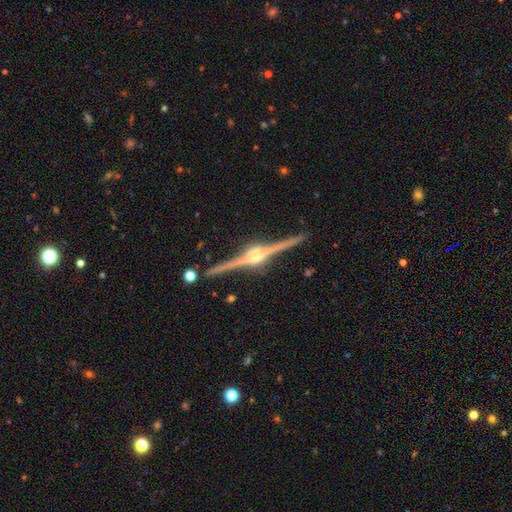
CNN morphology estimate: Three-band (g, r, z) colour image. It shows a featured or disk galaxy (91%) viewed edge-on (99%) with a rounded central bulge (90%). Merging: none (90%).